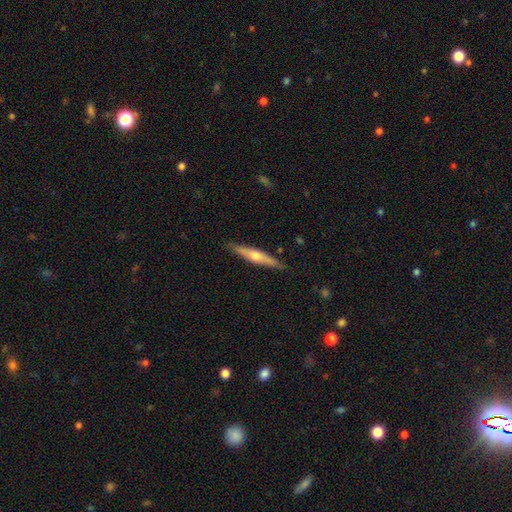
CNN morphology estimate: type=featured or disk (59%); edge-on=yes (95%); edge-on bulge=rounded (89%); merging=none (88%).